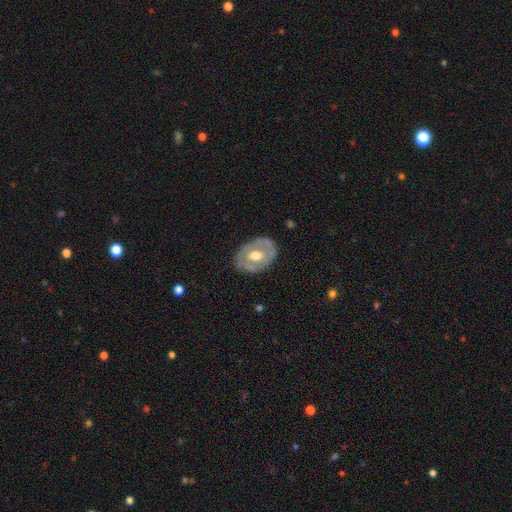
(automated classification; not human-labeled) Morphology: type=featured or disk (61%); edge-on=no (93%); bar=no (68%); spiral arms=no (71%); bulge=moderate (62%); merging=none (77%).